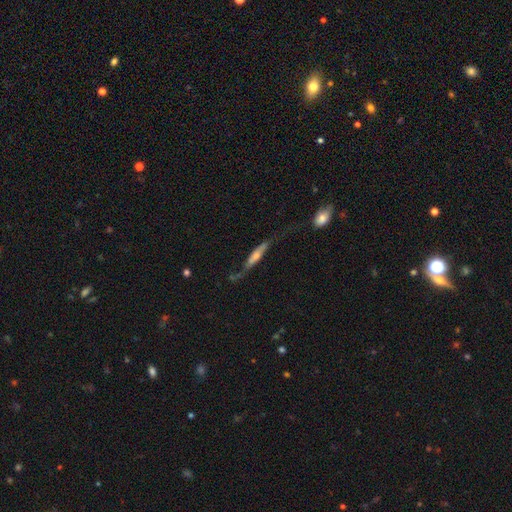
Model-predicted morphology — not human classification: type=featured or disk (68%); edge-on=yes (69%); merging=none (50%).